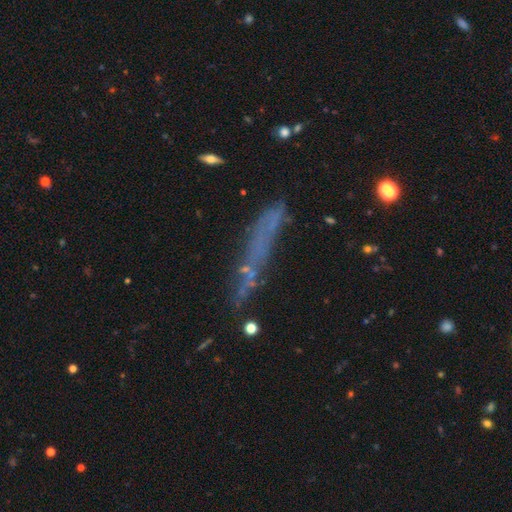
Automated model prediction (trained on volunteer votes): Smooth or featured?
  - featured or disk: 40% * (tied)
  - smooth: 40% * (tied)
  - star or artifact: 20%
Merging?
  - none: 55% *
  - minor disturbance: 21%
  - major disturbance: 16%
  - merger: 8%